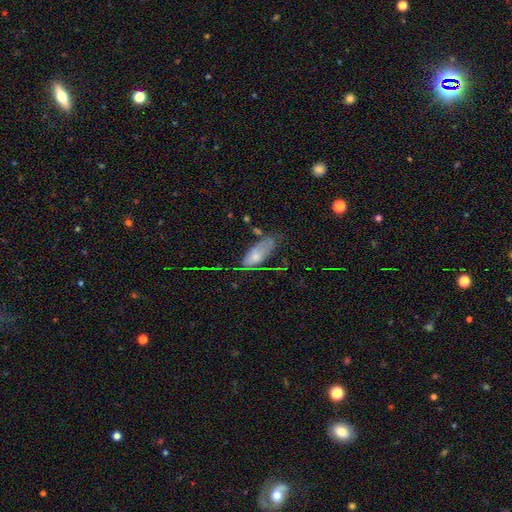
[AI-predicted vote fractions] Morphology: type=smooth (68%); roundness=in between (83%); merging=none (49%).